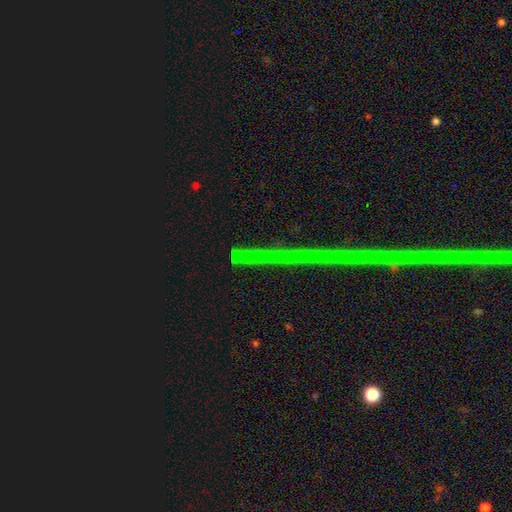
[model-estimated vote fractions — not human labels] Smooth or featured?
  - star or artifact: 78% *
  - featured or disk: 12%
  - smooth: 9%